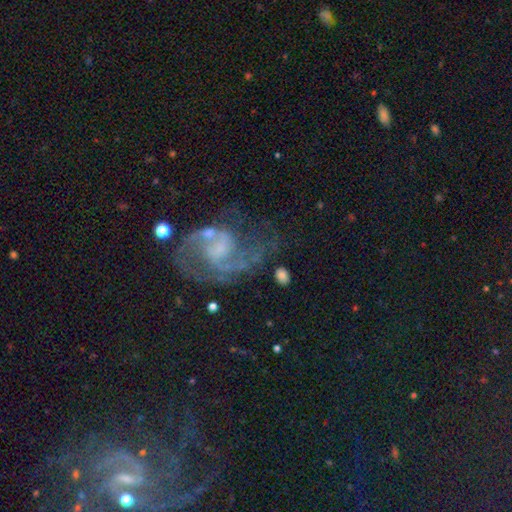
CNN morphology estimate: featured or disk 69%, star or artifact 21%, smooth 10%. Down the decision tree: edge-on disk — no (97%); bar — weak (47%); spiral arms — yes (90%); spiral arm count — 2 (78%); spiral winding — medium (53%); bulge size — small (43%); merging — none (54%).